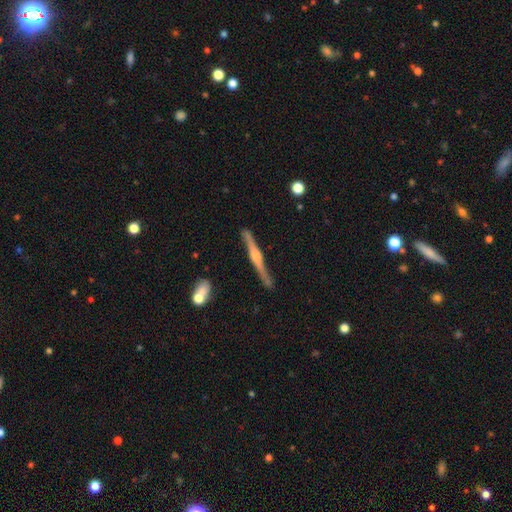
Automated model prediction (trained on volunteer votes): Smooth or featured: featured or disk — 78% (smooth — 16%)
Edge-on disk: yes — 97% (no — 3%)
Edge-on bulge: rounded — 63% (boxy — 25%)
Merging: none — 83% (minor disturbance — 12%)